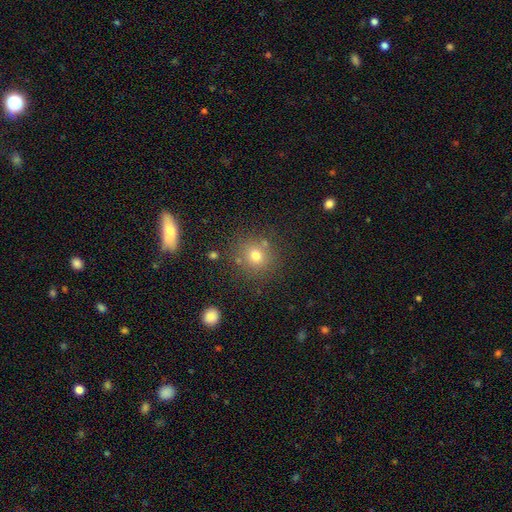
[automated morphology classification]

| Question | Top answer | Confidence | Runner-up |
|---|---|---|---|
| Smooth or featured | smooth | 73% | star or artifact (17%) |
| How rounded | round | 90% | in between (9%) |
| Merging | none | 81% | minor disturbance (9%) |